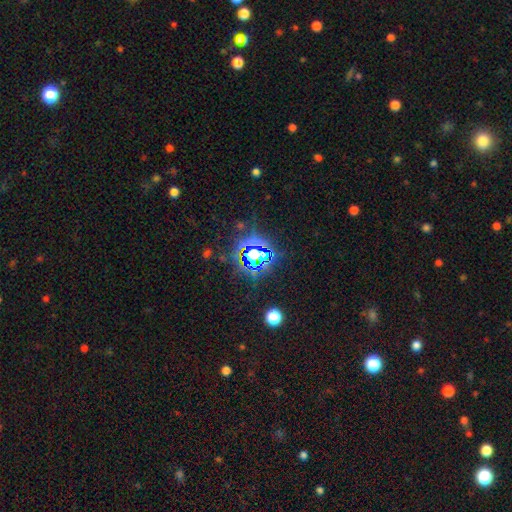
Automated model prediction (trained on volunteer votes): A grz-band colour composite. It shows a star or artifact, not a galaxy (77%).